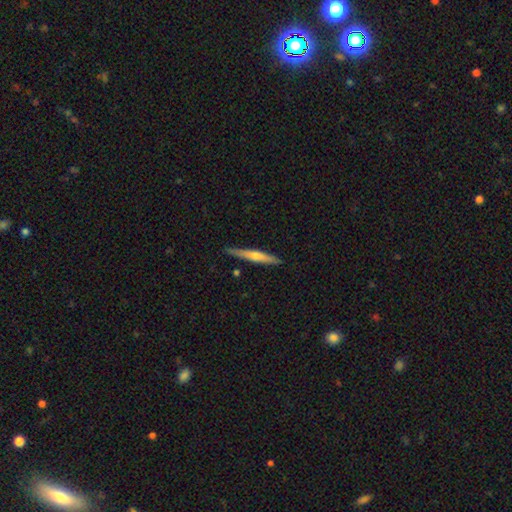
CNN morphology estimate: Q: Smooth or featured?
A: featured or disk (58%); runner-up: smooth (36%)
Q: Edge-on disk?
A: yes (97%); runner-up: no (3%)
Q: Edge-on bulge?
A: rounded (79%); runner-up: none (16%)
Q: Merging?
A: none (90%); runner-up: minor disturbance (8%)